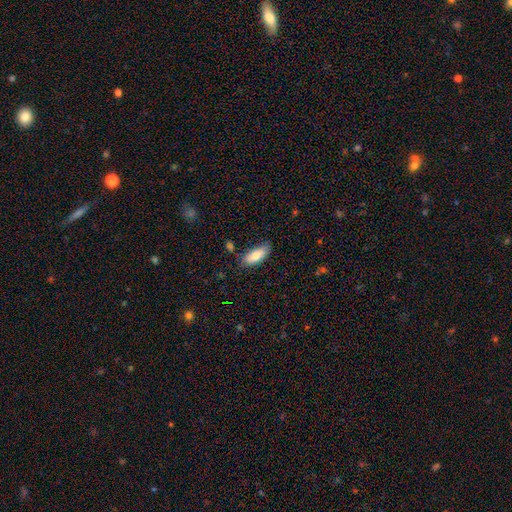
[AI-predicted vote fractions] A smooth galaxy with no disk features (81%) that is in between round and cigar-shaped (81%).

Vote fractions:
- Smooth or featured? smooth: 81% / featured or disk: 13% / star or artifact: 7%
- How rounded? in between: 81% / cigar-shaped: 17% / round: 2%
- Merging? none: 72% / minor disturbance: 20% / merger: 4% / major disturbance: 4%